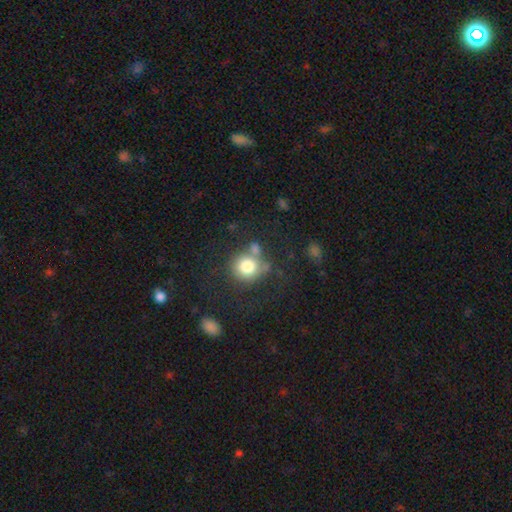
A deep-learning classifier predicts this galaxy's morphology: Smooth or featured? Predicted: smooth (p=0.78). How rounded? Predicted: round (p=0.87). Merging? Predicted: none (p=0.64).